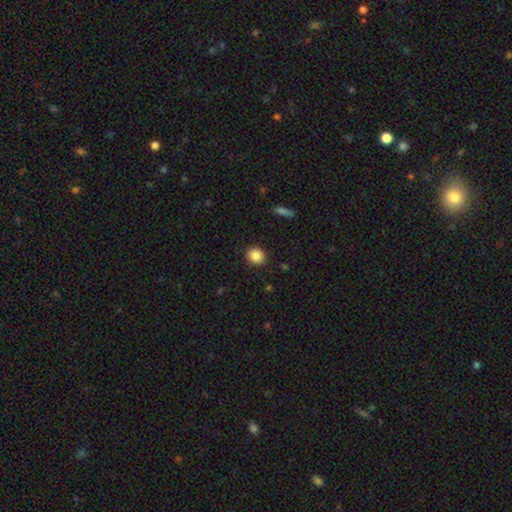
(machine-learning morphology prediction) A smooth galaxy with no disk features (86%) that is round (77%). Merging: none (90%).